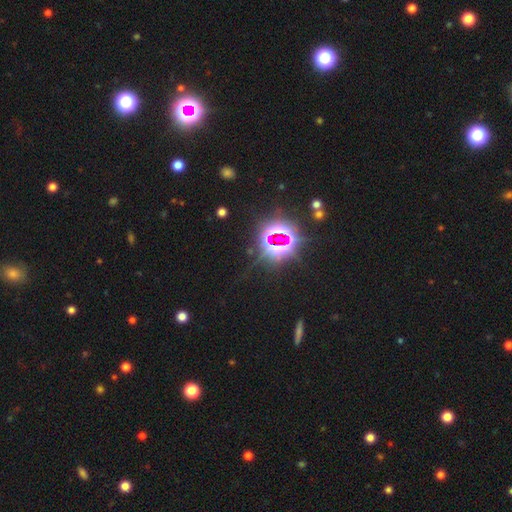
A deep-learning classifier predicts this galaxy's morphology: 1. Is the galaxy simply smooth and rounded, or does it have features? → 84% star or artifact, 9% smooth, 6% featured or disk.